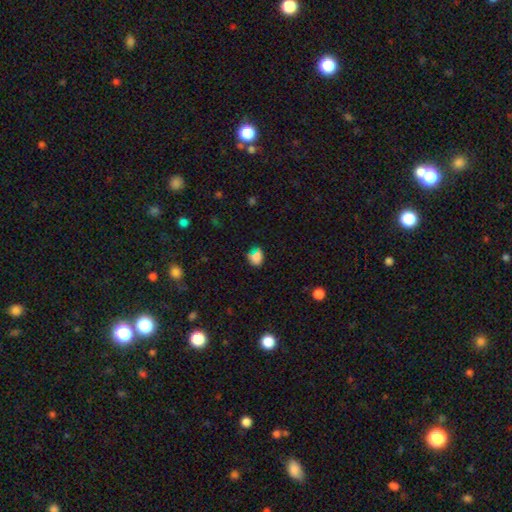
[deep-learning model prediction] Smooth or featured?
  - smooth: 75% *
  - star or artifact: 16%
  - featured or disk: 9%
How rounded?
  - round: 54% *
  - in between: 44%
  - cigar-shaped: 2%
Merging?
  - none: 64% *
  - minor disturbance: 21%
  - merger: 9%
  - major disturbance: 6%